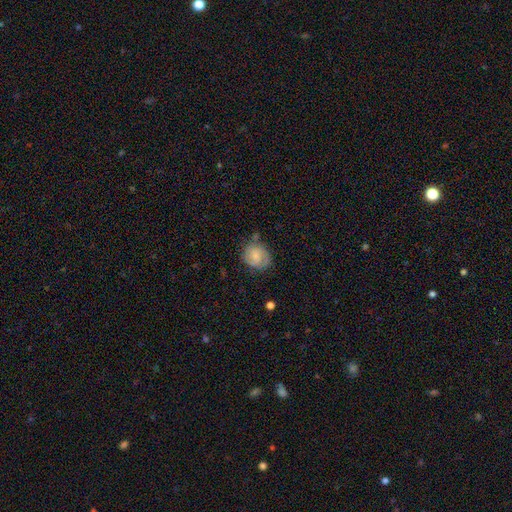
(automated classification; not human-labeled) Overall: featured or disk (49%; smooth 43%). Merging: none (65%).